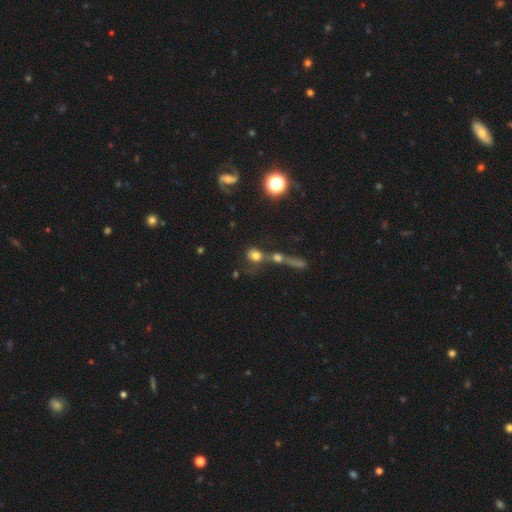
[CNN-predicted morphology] smooth-or-featured: smooth: 67% | star or artifact: 17% | featured or disk: 16%
  how-rounded: round: 59% | in between: 36% | cigar-shaped: 5%
  merging: merger: 51% | none: 31% | major disturbance: 9% | minor disturbance: 9%